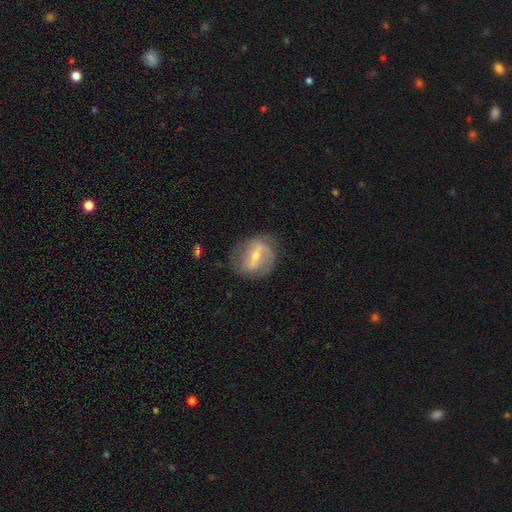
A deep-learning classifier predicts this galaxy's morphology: smooth_or_featured: featured or disk (p=0.68) [alt: smooth p=0.24]
disk_edge_on: no (p=0.93) [alt: yes p=0.07]
bar: strong (p=0.46) [alt: weak p=0.40]
has_spiral_arms: yes (p=0.71) [alt: no p=0.29]
bulge_size: small (p=0.54) [alt: moderate p=0.40]
merging: none (p=0.72) [alt: minor disturbance p=0.18]